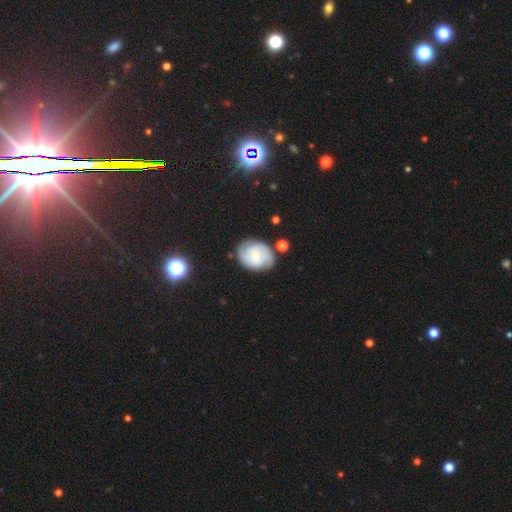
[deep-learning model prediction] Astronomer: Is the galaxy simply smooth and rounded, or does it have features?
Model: featured or disk — 54% (runner-up: smooth, 38%).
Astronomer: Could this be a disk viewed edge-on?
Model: no — 97%.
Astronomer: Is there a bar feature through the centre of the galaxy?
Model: no — 51% (runner-up: weak, 41%).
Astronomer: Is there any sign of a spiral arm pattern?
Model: yes — 86%.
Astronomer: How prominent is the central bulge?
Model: small — 63%.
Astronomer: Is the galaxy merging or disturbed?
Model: none — 71%.